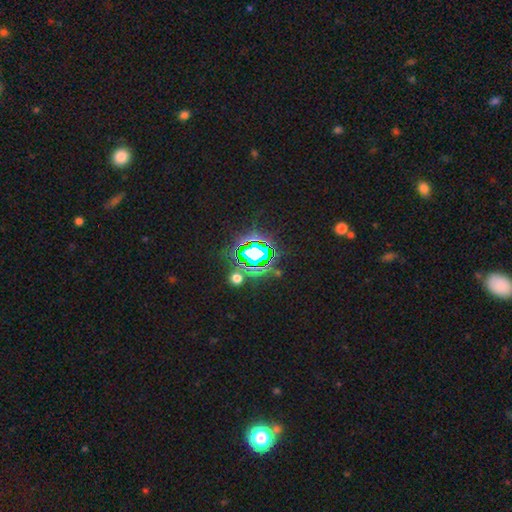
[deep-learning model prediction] A star or artifact, not a galaxy (74%).

Vote fractions:
- Smooth or featured? star or artifact: 74% / smooth: 14% / featured or disk: 11%